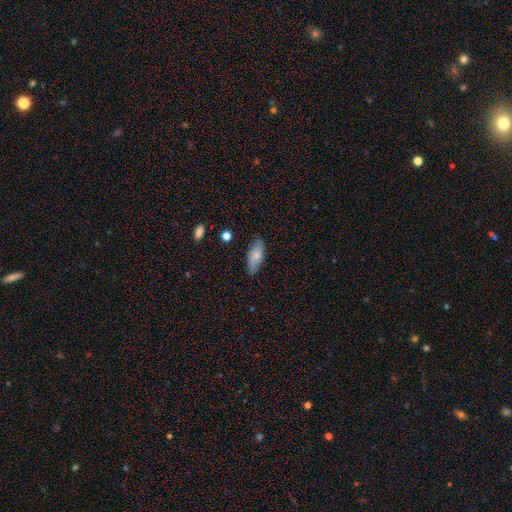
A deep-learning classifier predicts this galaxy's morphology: A smooth galaxy with no disk features (76%) that is in between round and cigar-shaped (82%). Merging: none (81%).